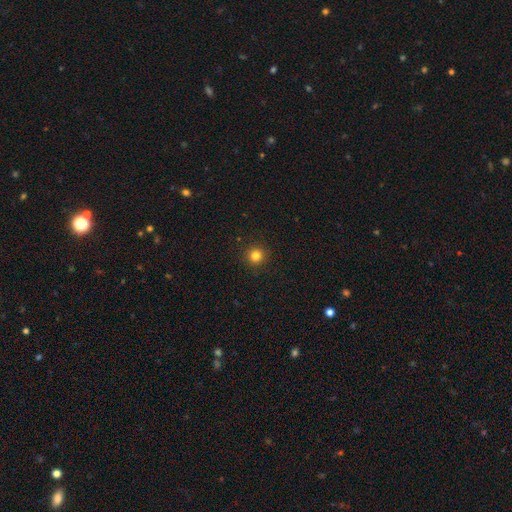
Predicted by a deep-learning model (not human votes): A smooth galaxy with no disk features (82%) that is round (95%). Merging: none (93%).